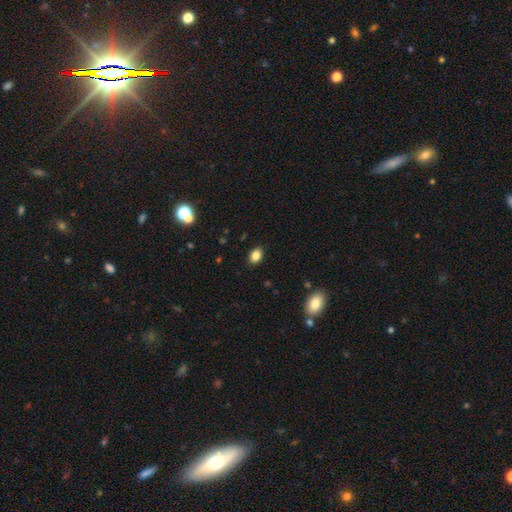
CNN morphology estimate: This appears to be a smooth galaxy with no disk features (85%) that is in between round and cigar-shaped (81%). Merging: none (88%).